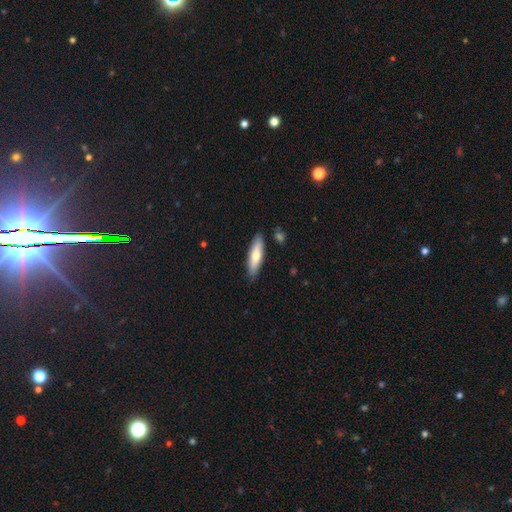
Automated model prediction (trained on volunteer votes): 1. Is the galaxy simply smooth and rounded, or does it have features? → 67% smooth, 28% featured or disk, 5% star or artifact.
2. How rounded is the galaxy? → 62% cigar-shaped, 36% in between, 2% round.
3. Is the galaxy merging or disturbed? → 86% none, 11% minor disturbance, 2% merger, 2% major disturbance.